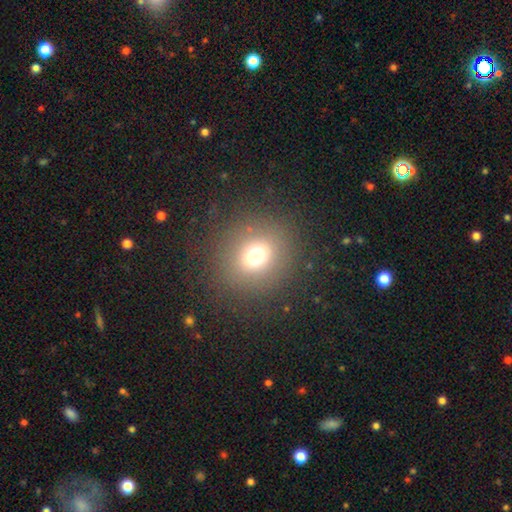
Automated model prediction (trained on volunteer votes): Morphology: type=smooth (68%); roundness=round (84%); merging=none (84%).